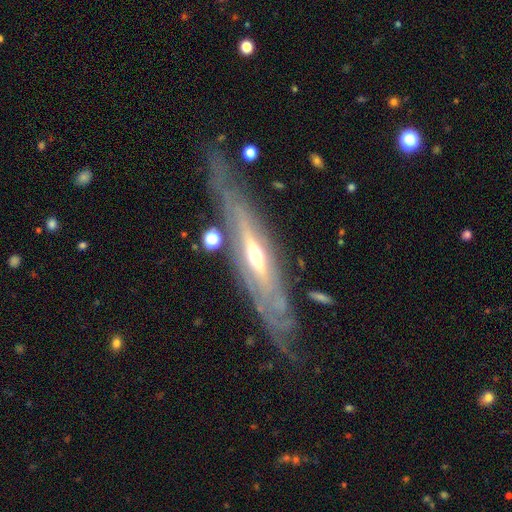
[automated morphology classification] Q: Smooth or featured?
A: featured or disk (83%); runner-up: smooth (11%)
Q: Edge-on disk?
A: yes (60%); runner-up: no (40%)
Q: Merging?
A: none (70%); runner-up: minor disturbance (19%)